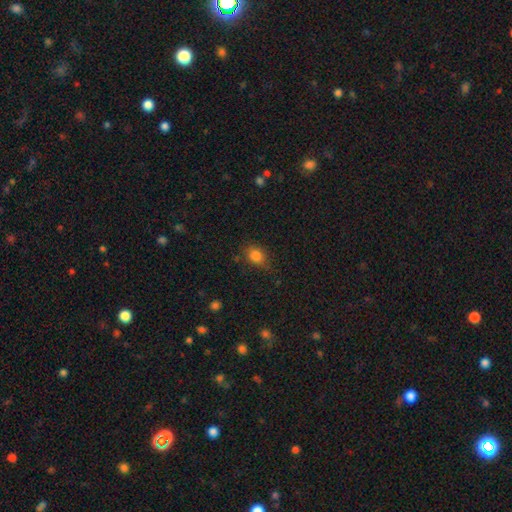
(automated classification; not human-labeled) Smooth or featured?
  - smooth: 82% *
  - star or artifact: 12%
  - featured or disk: 7%
How rounded?
  - in between: 57% *
  - round: 42%
  - cigar-shaped: 2%
Merging?
  - none: 68% *
  - minor disturbance: 24%
  - major disturbance: 6%
  - merger: 2%